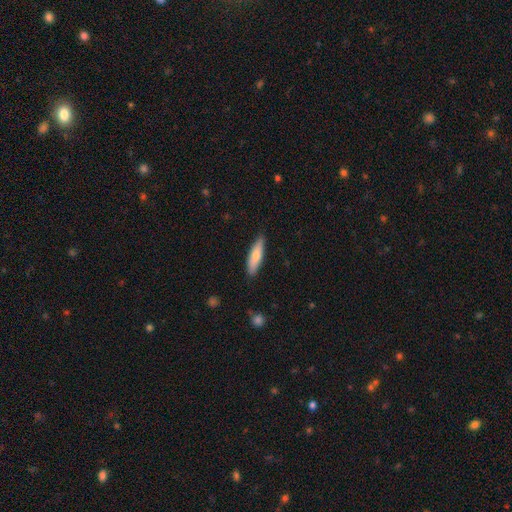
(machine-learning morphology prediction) A smooth galaxy with no disk features (73%) that is cigar-shaped (61%).

Vote fractions:
- Smooth or featured? smooth: 73% / featured or disk: 22% / star or artifact: 6%
- How rounded? cigar-shaped: 61% / in between: 37% / round: 2%
- Merging? none: 85% / minor disturbance: 12% / major disturbance: 2% / merger: 1%